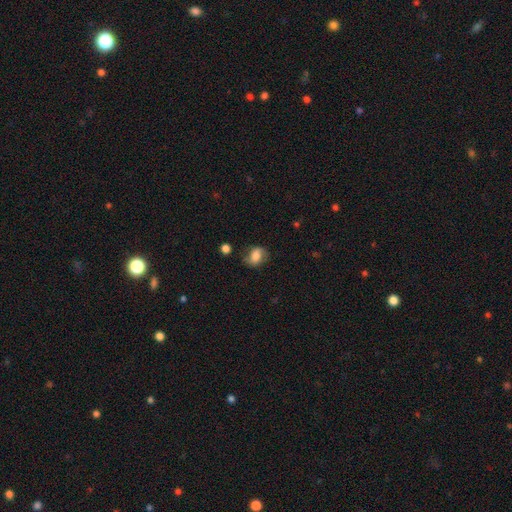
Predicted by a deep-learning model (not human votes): Q: Smooth or featured?
A: smooth (64%); runner-up: featured or disk (27%)
Q: How rounded?
A: in between (68%); runner-up: round (30%)
Q: Merging?
A: none (66%); runner-up: minor disturbance (23%)